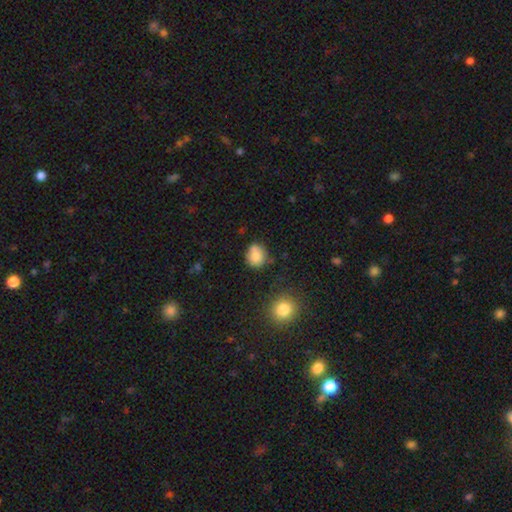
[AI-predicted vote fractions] This appears to be a smooth galaxy with no disk features (79%) that is round (79%). Merging: none (60%).